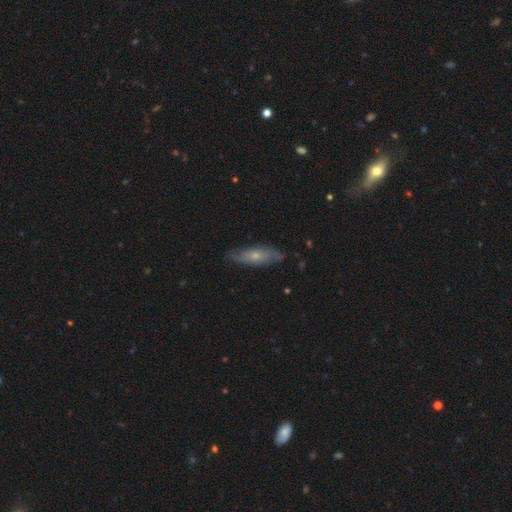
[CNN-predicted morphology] Smooth or featured? featured or disk (48%)
Merging? none (79%)